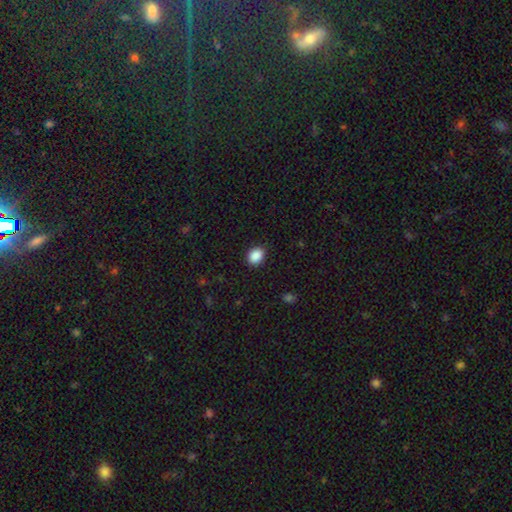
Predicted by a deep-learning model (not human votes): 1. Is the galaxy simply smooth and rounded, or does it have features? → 89% smooth, 8% star or artifact, 2% featured or disk.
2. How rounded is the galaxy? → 57% in between, 42% round, 1% cigar-shaped.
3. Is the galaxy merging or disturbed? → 88% none, 9% minor disturbance, 2% major disturbance, 1% merger.